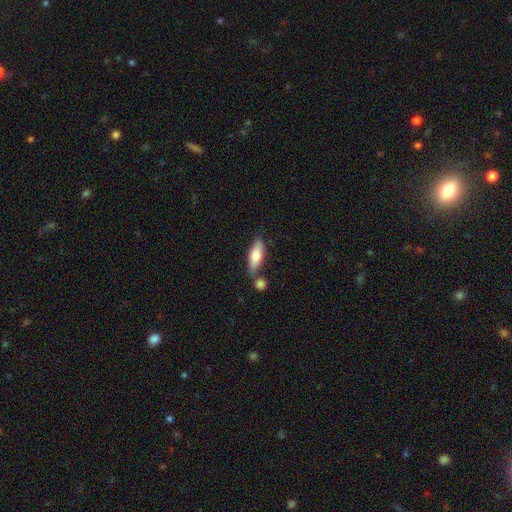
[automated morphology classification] Smooth or featured? smooth (71%)
How rounded? in between (62%)
Merging? none (62%)